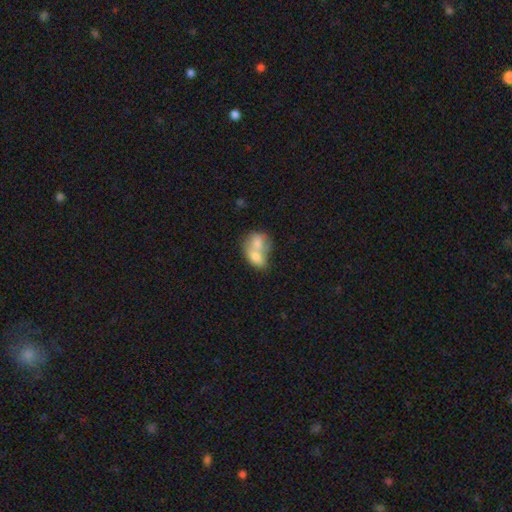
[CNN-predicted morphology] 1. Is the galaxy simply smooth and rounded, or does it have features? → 71% smooth, 22% featured or disk, 7% star or artifact.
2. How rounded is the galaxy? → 70% in between, 28% round, 2% cigar-shaped.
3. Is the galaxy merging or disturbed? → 76% merger, 14% none, 6% minor disturbance, 4% major disturbance.